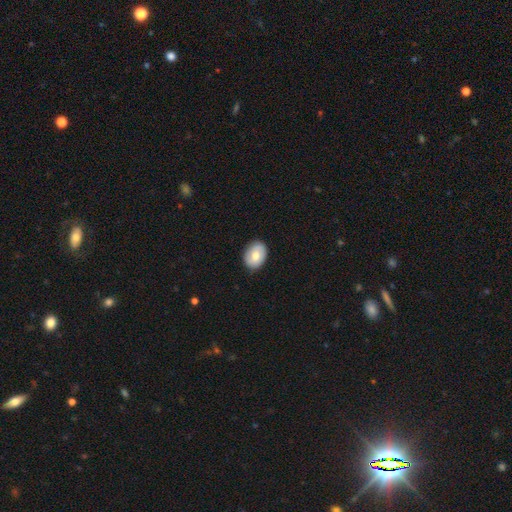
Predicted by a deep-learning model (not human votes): A smooth galaxy with no disk features (68%) that is in between round and cigar-shaped (72%). Merging: none (86%).